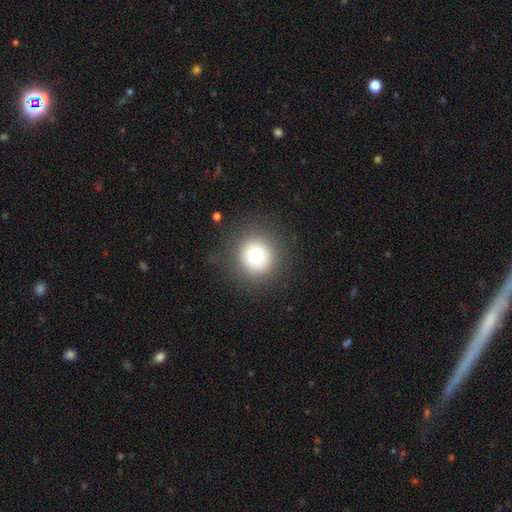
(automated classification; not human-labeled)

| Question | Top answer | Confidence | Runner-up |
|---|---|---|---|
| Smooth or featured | smooth | 73% | star or artifact (14%) |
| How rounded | round | 95% | in between (4%) |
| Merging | none | 88% | minor disturbance (7%) |